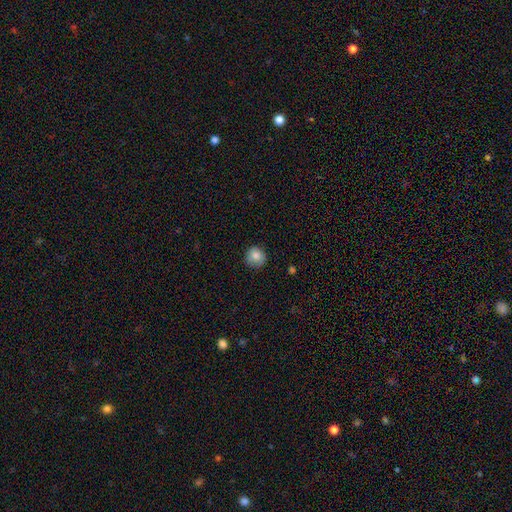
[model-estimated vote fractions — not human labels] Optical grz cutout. It shows a smooth galaxy with no disk features (83%) that is round (91%). Merging: none (83%).